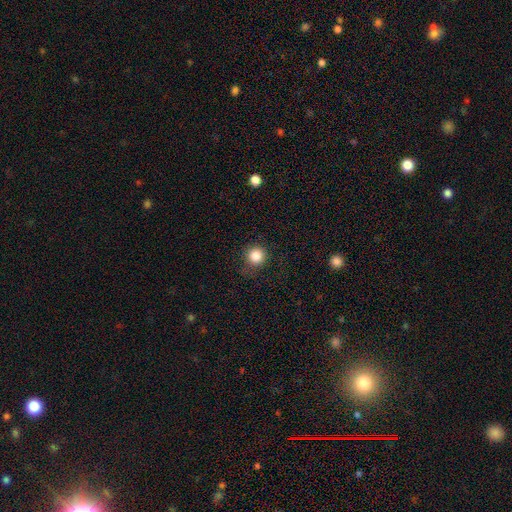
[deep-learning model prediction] This appears to be a smooth galaxy with no disk features (84%) that is round (93%). Merging: none (83%).